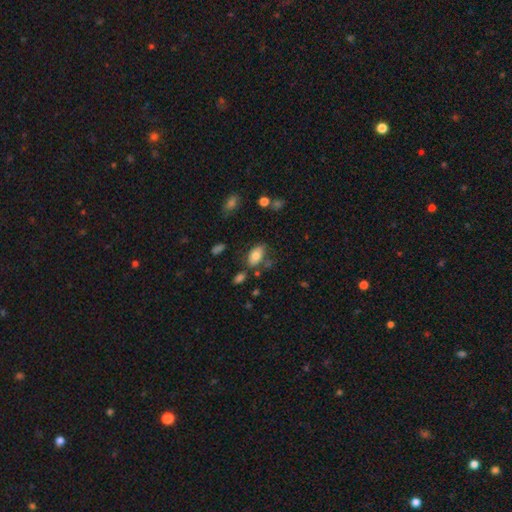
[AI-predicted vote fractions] This is likely a smooth galaxy (76%). How rounded: clearly in between (92%). Merging: likely none (68%).